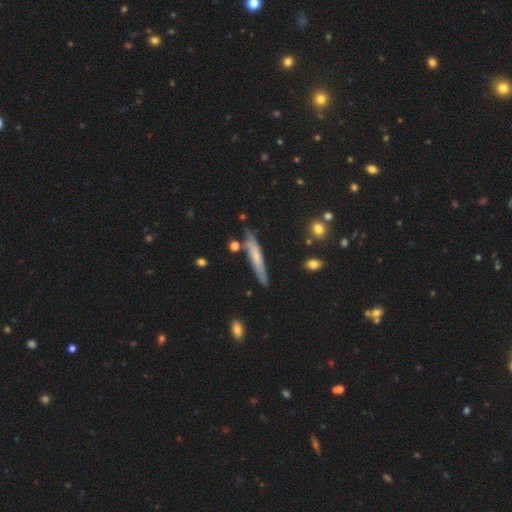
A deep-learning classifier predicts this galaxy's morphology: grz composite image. It shows a smooth galaxy with no disk features (55%) that is cigar-shaped (92%). Merging: none (78%).